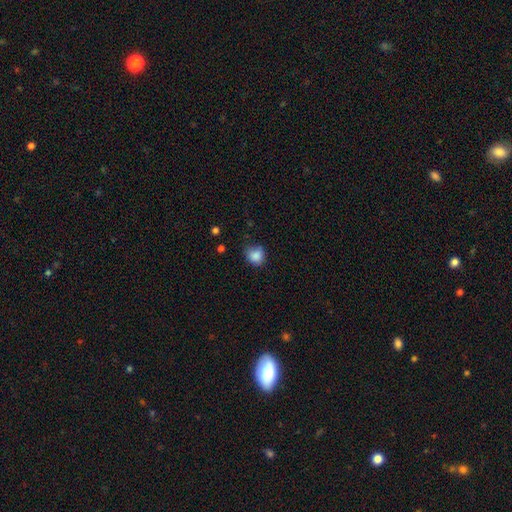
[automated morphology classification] smooth_or_featured: smooth (p=0.85) [alt: star or artifact p=0.10]
how_rounded: round (p=0.73) [alt: in between p=0.26]
merging: none (p=0.62) [alt: minor disturbance p=0.29]